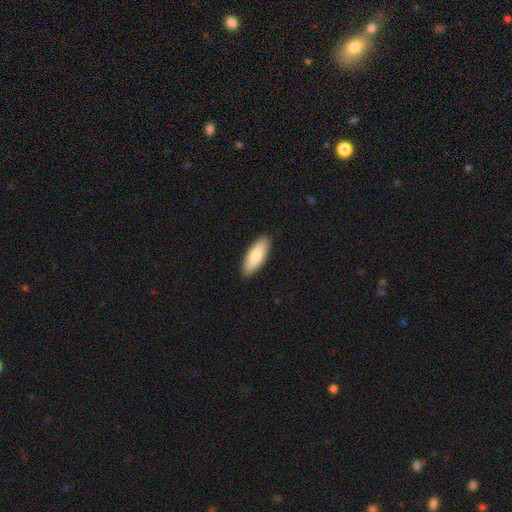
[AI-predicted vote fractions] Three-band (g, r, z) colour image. It shows a smooth galaxy with no disk features (84%) that is in between round and cigar-shaped (70%). Merging: none (90%).